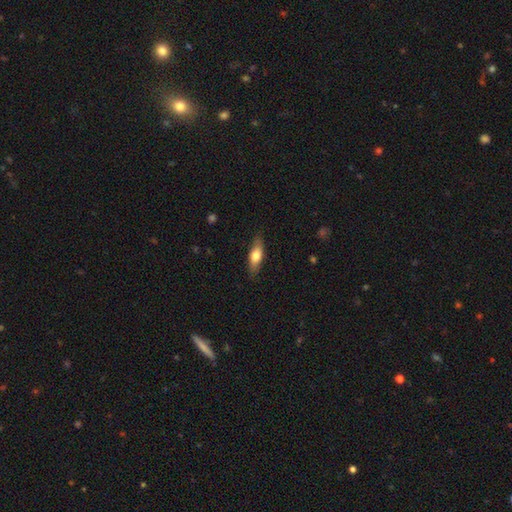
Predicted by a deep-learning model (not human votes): Morphology: type=smooth (68%); roundness=in between (59%); merging=none (83%).